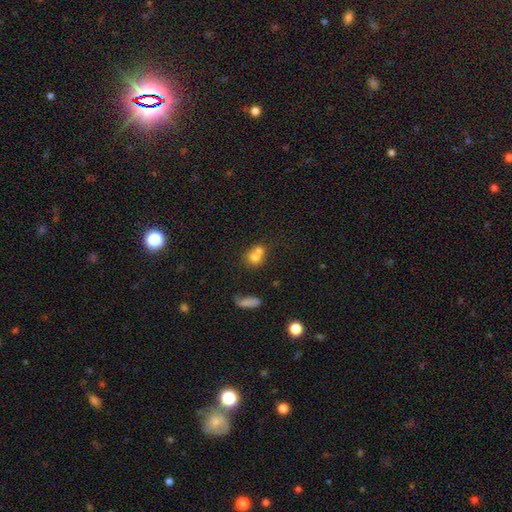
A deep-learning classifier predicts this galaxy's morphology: Smooth or featured: smooth — 70% (featured or disk — 18%)
How rounded: round — 74% (in between — 24%)
Merging: merger — 59% (none — 30%)